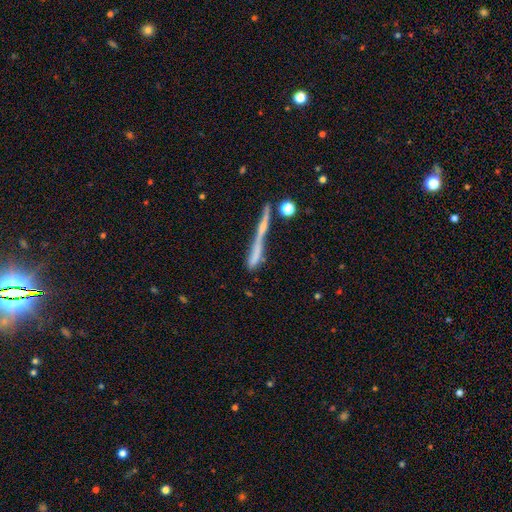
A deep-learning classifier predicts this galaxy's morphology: Q: Smooth or featured?
A: smooth (51%); runner-up: featured or disk (37%)
Q: How rounded?
A: cigar-shaped (81%); runner-up: in between (13%)
Q: Merging?
A: none (39%); runner-up: merger (33%)